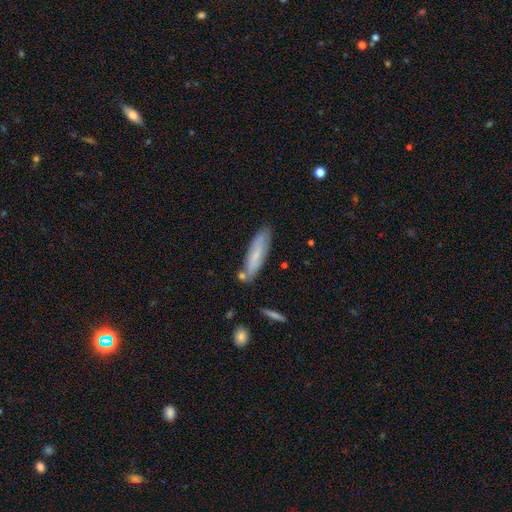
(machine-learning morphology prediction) smooth-or-featured: smooth: 64% | featured or disk: 29% | star or artifact: 7%
  how-rounded: cigar-shaped: 71% | in between: 28% | round: 1%
  merging: none: 73% | minor disturbance: 17% | merger: 6% | major disturbance: 3%